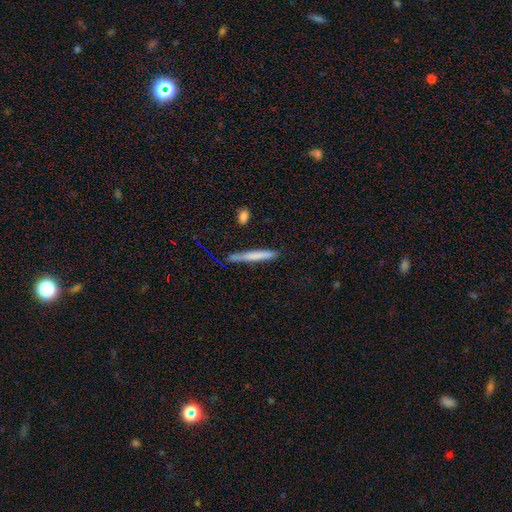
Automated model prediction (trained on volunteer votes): Smooth or featured?
  - smooth: 69% *
  - featured or disk: 25%
  - star or artifact: 6%
How rounded?
  - cigar-shaped: 96% *
  - in between: 3%
  - round: 1%
Merging?
  - none: 80% *
  - minor disturbance: 15%
  - major disturbance: 3%
  - merger: 3%